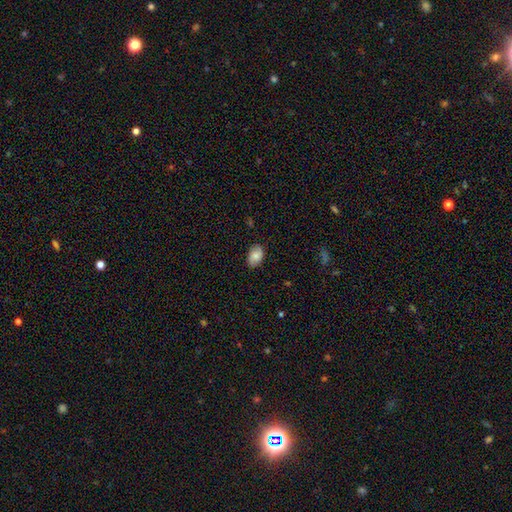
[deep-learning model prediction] A smooth galaxy with no disk features (77%) that is in between round and cigar-shaped (86%). Merging: none (82%).